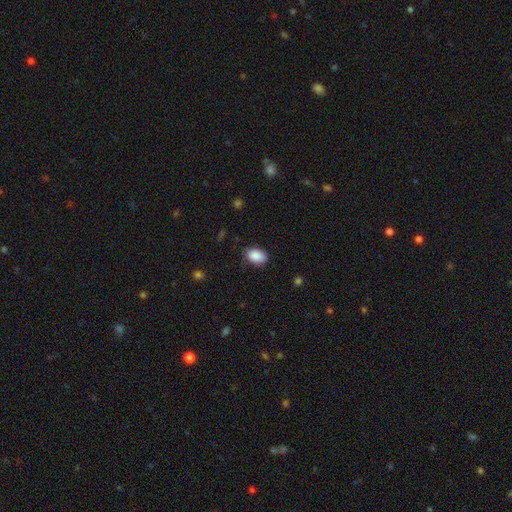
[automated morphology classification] Q: Smooth or featured?
A: smooth (89%); runner-up: star or artifact (7%)
Q: How rounded?
A: in between (87%); runner-up: round (12%)
Q: Merging?
A: none (80%); runner-up: minor disturbance (16%)